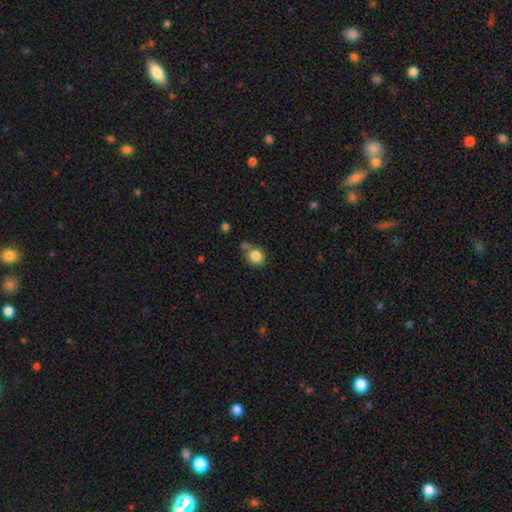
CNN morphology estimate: type=smooth (85%); roundness=round (77%); merging=none (64%).